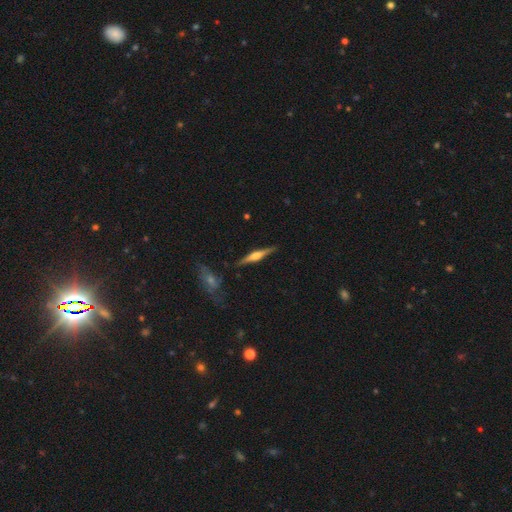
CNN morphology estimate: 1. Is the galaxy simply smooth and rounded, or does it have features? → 72% featured or disk, 23% smooth, 6% star or artifact.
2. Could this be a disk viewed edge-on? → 98% yes, 2% no.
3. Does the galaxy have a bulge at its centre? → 84% rounded, 12% boxy, 4% none.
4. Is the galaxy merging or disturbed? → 87% none, 9% minor disturbance, 2% merger, 2% major disturbance.